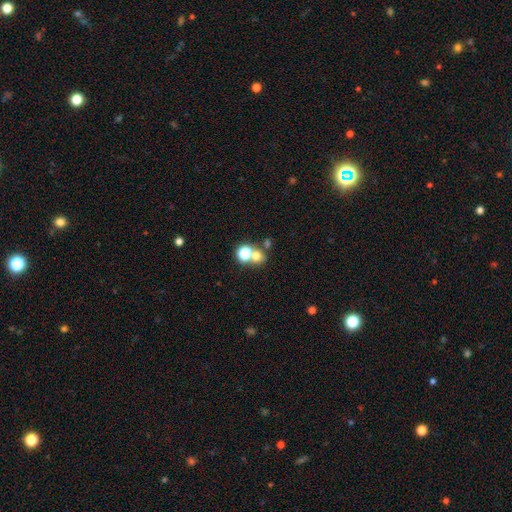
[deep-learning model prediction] smooth_or_featured: smooth (p=0.65) [alt: star or artifact p=0.23]
how_rounded: round (p=0.78) [alt: in between p=0.21]
merging: none (p=0.47) [alt: merger p=0.42]